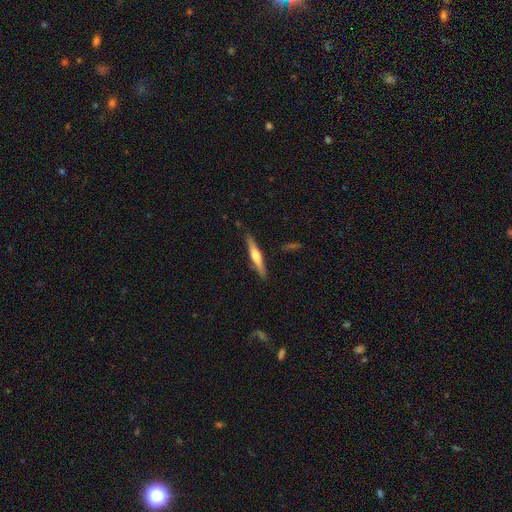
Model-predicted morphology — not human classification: Smooth or featured: featured or disk — 55% (smooth — 39%)
Edge-on disk: yes — 95% (no — 5%)
Edge-on bulge: rounded — 88% (none — 7%)
Merging: none — 87% (minor disturbance — 9%)